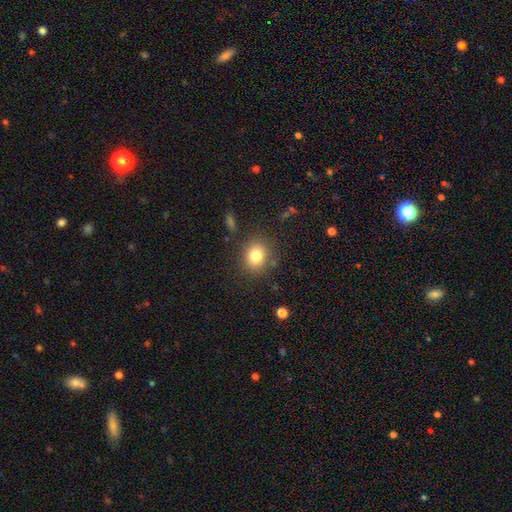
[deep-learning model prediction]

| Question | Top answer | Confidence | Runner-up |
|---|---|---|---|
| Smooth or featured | smooth | 81% | star or artifact (11%) |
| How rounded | round | 64% | in between (35%) |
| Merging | none | 83% | minor disturbance (10%) |